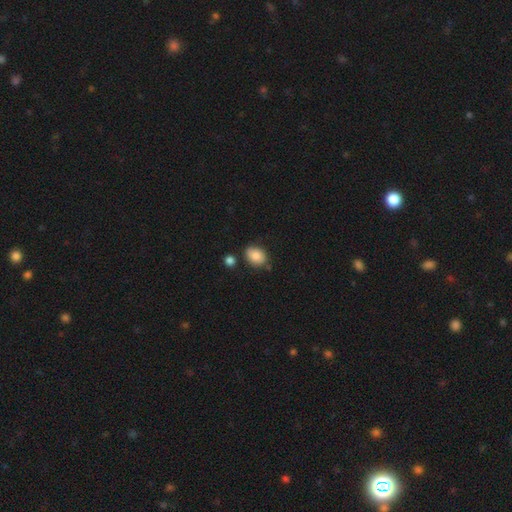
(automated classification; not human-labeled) Smooth or featured?
  - smooth: 84% *
  - star or artifact: 8%
  - featured or disk: 8%
How rounded?
  - in between: 65% *
  - round: 34%
  - cigar-shaped: 1%
Merging?
  - none: 74% *
  - minor disturbance: 17%
  - merger: 6%
  - major disturbance: 3%